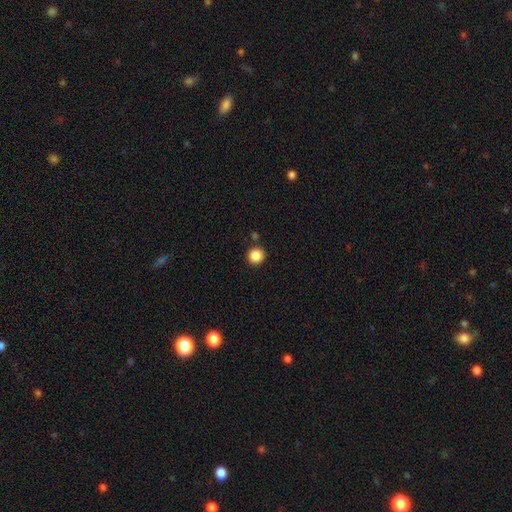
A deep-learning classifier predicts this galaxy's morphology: Overall: smooth (87%). How rounded: round (94%). Merging: none (88%).